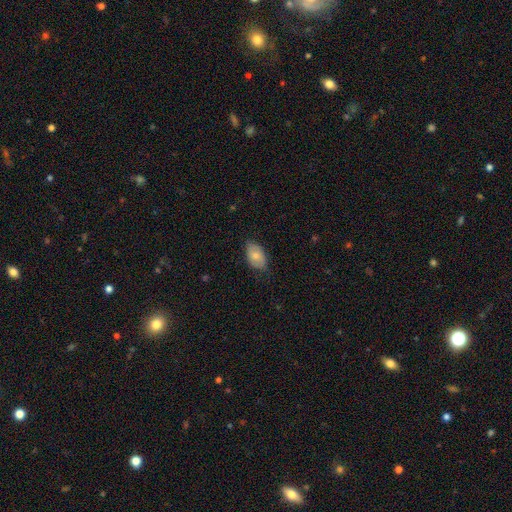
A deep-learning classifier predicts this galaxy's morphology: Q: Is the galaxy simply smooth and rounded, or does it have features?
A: smooth — 72%.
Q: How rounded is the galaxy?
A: in between — 92%.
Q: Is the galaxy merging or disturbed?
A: none — 74%.